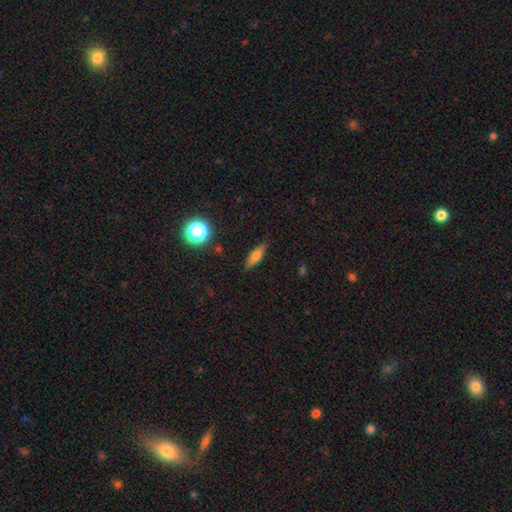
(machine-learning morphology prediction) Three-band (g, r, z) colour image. It shows a smooth galaxy with no disk features (65%) that is in between round and cigar-shaped (51%). Merging: none (83%).